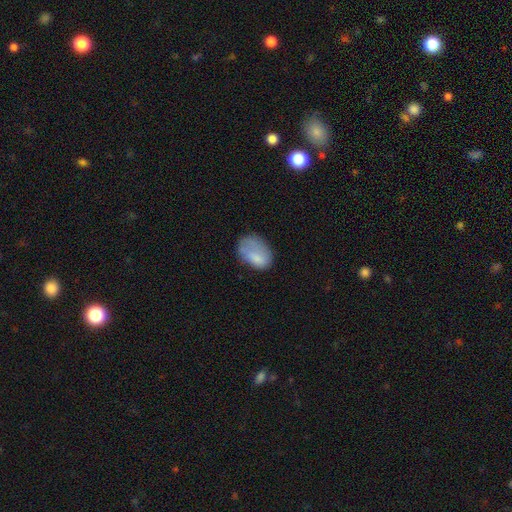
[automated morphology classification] Smooth or featured? smooth (76%)
How rounded? in between (85%)
Merging? none (42%)